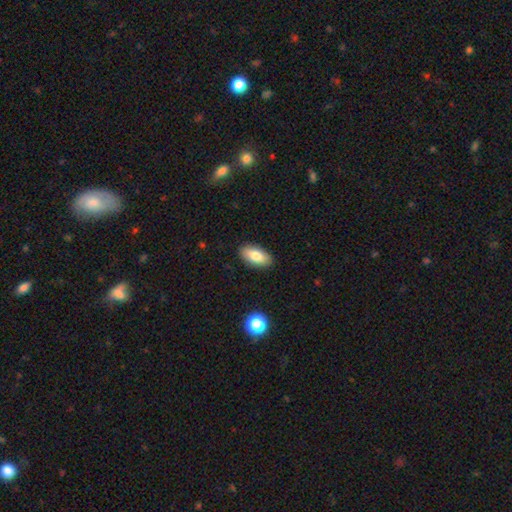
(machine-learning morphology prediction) Smooth or featured: smooth — 79% (featured or disk — 13%)
How rounded: in between — 90% (cigar-shaped — 7%)
Merging: none — 88% (minor disturbance — 9%)